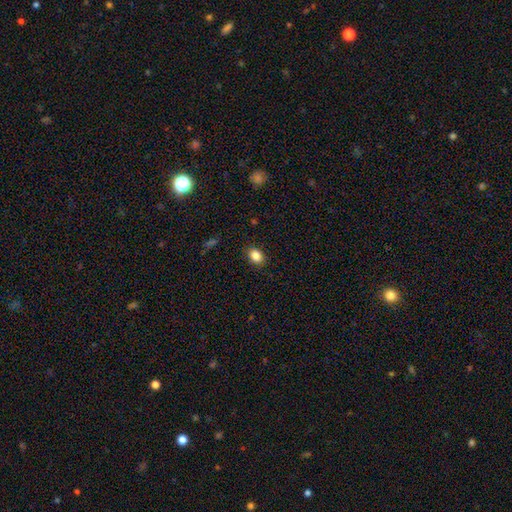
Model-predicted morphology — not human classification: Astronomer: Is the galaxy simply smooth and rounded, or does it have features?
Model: smooth — 86%.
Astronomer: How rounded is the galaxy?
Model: in between — 69%.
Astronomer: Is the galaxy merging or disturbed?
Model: none — 88%.